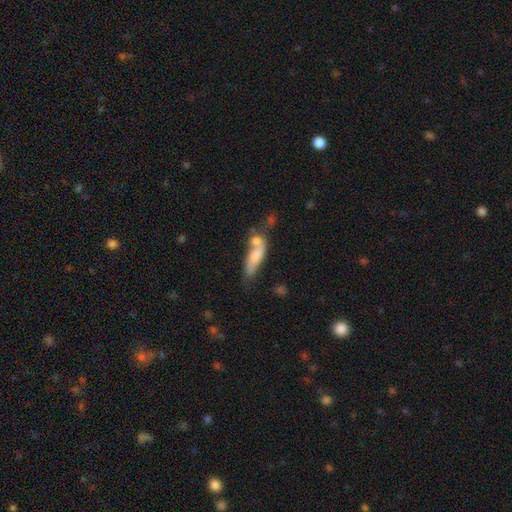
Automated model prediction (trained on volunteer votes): Smooth or featured: smooth — 69% (featured or disk — 24%)
How rounded: in between — 54% (cigar-shaped — 42%)
Merging: merger — 48% (none — 25%)